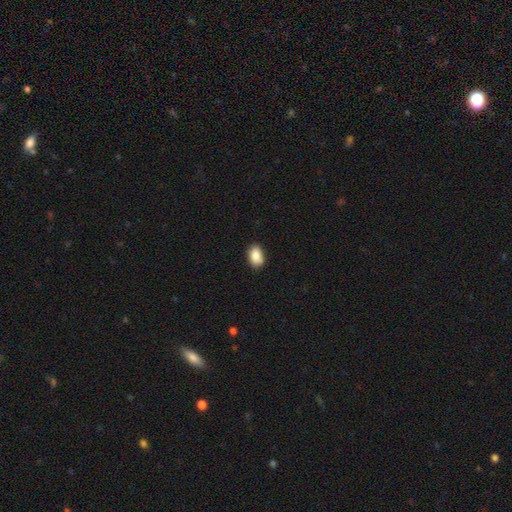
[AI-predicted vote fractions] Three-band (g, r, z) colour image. It shows a smooth galaxy with no disk features (87%) that is in between round and cigar-shaped (88%). Merging: none (82%).